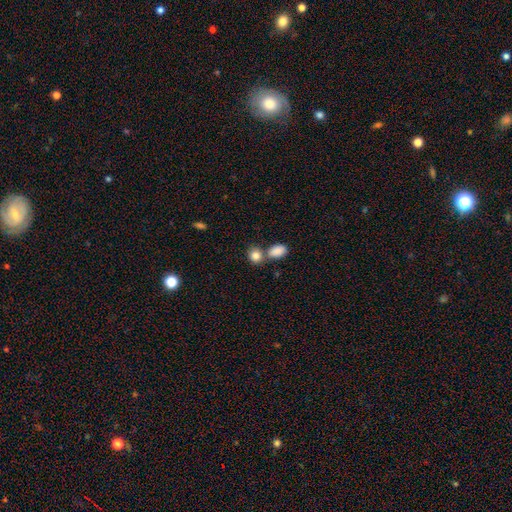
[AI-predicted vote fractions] This appears to be a smooth galaxy with no disk features (84%) that is round (58%). Merging: none (50%).